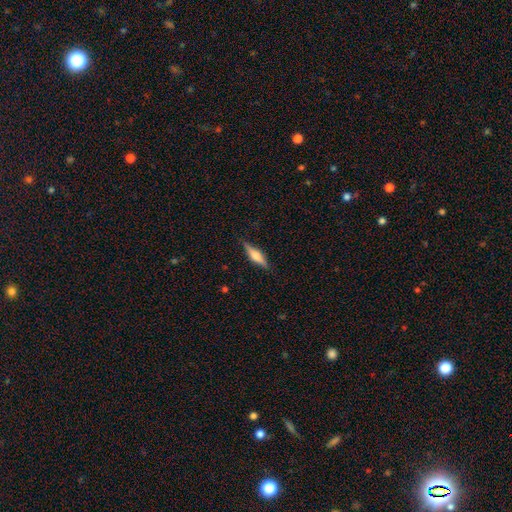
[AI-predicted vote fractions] Smooth or featured? Predicted: featured or disk (p=0.54). Edge-on disk? Predicted: yes (p=0.95). Edge-on bulge? Predicted: rounded (p=0.84). Merging? Predicted: none (p=0.86).